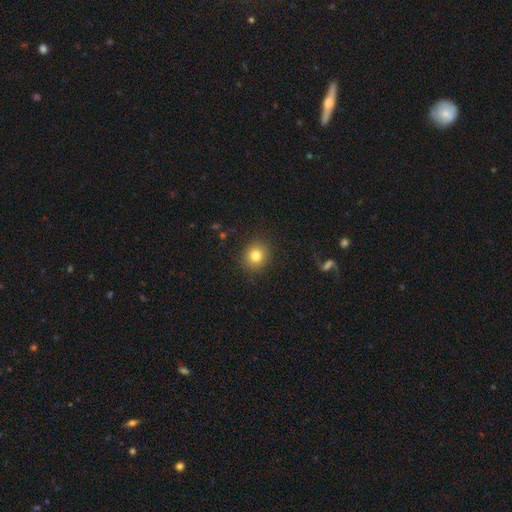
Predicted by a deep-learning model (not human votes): Overall: smooth (80%). How rounded: round (83%). Merging: none (89%).